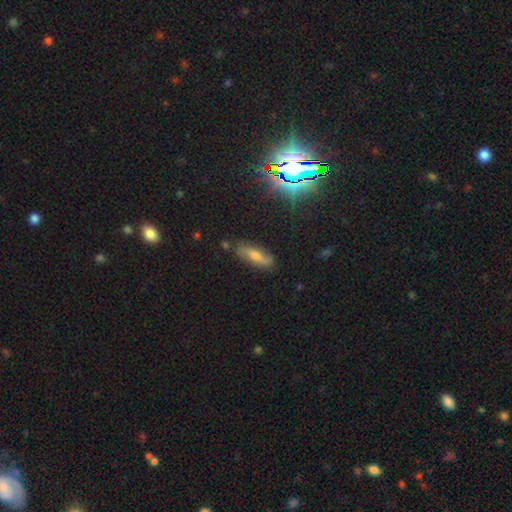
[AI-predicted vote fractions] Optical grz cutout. It shows a smooth galaxy with no disk features (43%). Merging: none (78%).